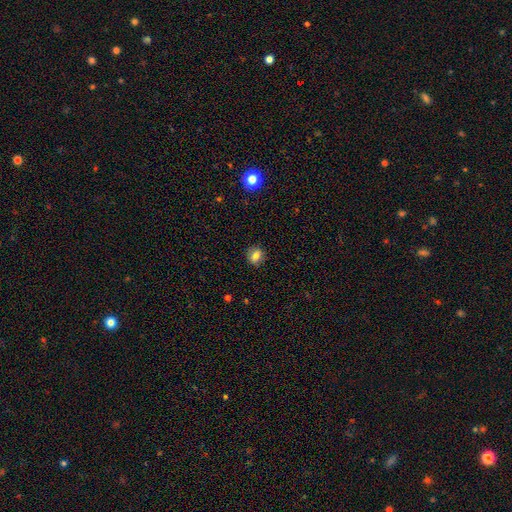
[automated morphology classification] smooth-or-featured: smooth: 80% | star or artifact: 11% | featured or disk: 9%
  how-rounded: round: 75% | in between: 24% | cigar-shaped: 1%
  merging: none: 87% | minor disturbance: 10% | major disturbance: 2% | merger: 1%